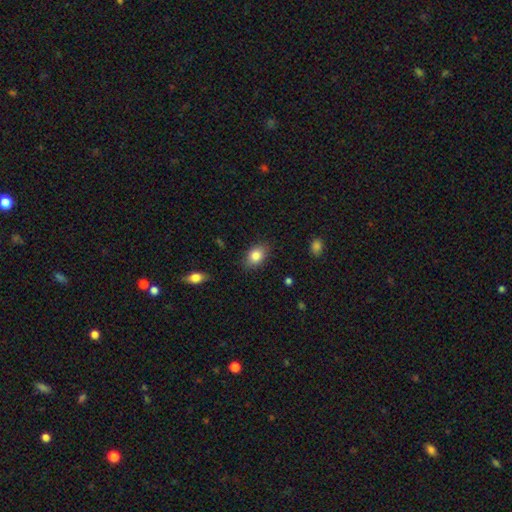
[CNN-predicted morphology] type=smooth (84%); roundness=in between (83%); merging=none (84%).